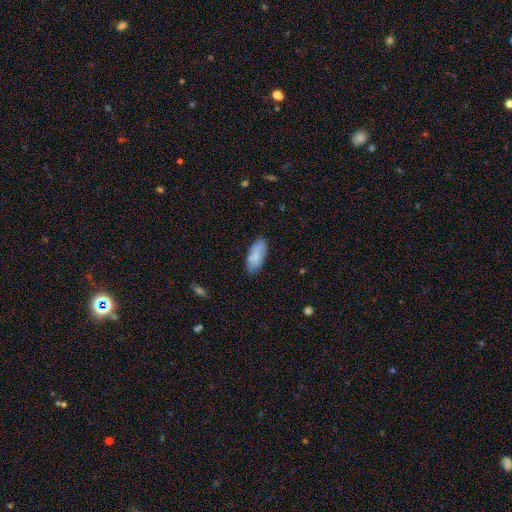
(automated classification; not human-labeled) Smooth or featured?
  - smooth: 80% *
  - featured or disk: 13%
  - star or artifact: 7%
How rounded?
  - in between: 88% *
  - cigar-shaped: 10%
  - round: 2%
Merging?
  - none: 74% *
  - minor disturbance: 19%
  - major disturbance: 4%
  - merger: 3%